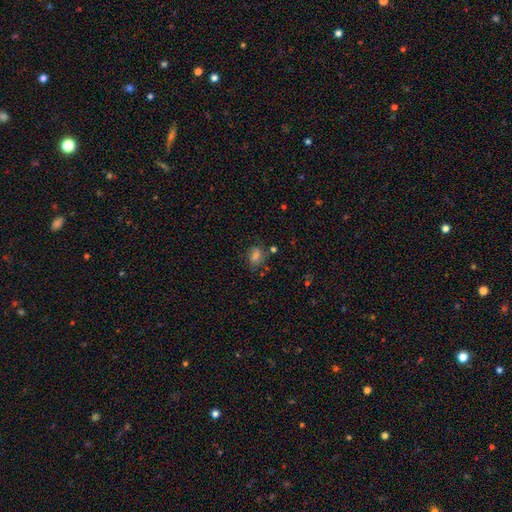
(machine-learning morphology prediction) smooth_or_featured: smooth (p=0.58) [alt: featured or disk p=0.23]
how_rounded: in between (p=0.63) [alt: round p=0.35]
merging: none (p=0.63) [alt: minor disturbance p=0.21]